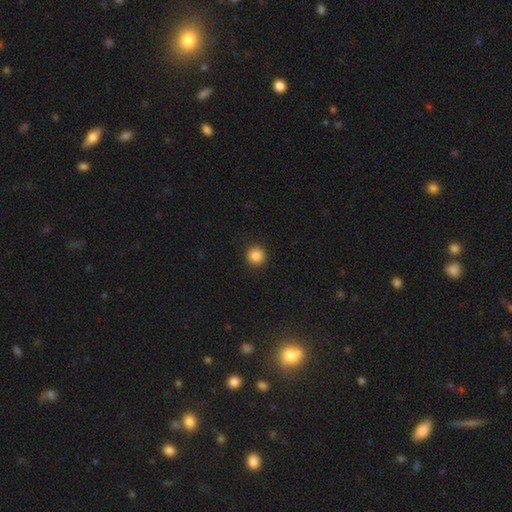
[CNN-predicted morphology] Smooth or featured? Predicted: smooth (p=0.86). How rounded? Predicted: round (p=0.95). Merging? Predicted: none (p=0.92).